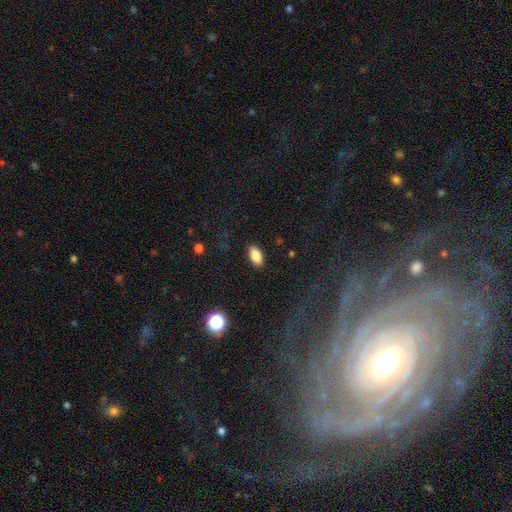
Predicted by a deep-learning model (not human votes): Smooth or featured: smooth — 87% (star or artifact — 8%)
How rounded: in between — 92% (cigar-shaped — 4%)
Merging: none — 88% (minor disturbance — 8%)